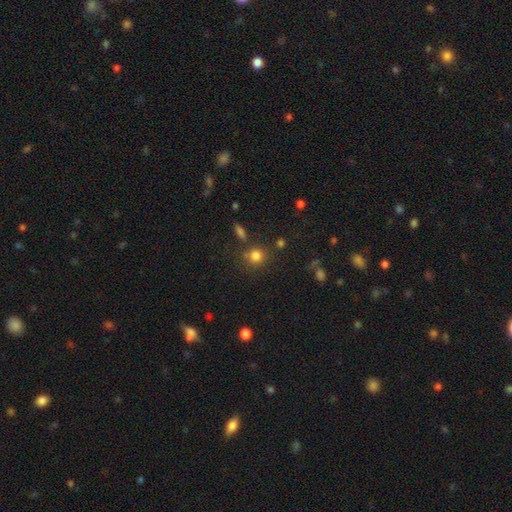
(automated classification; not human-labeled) Morphology: type=smooth (80%); roundness=round (84%); merging=none (74%).